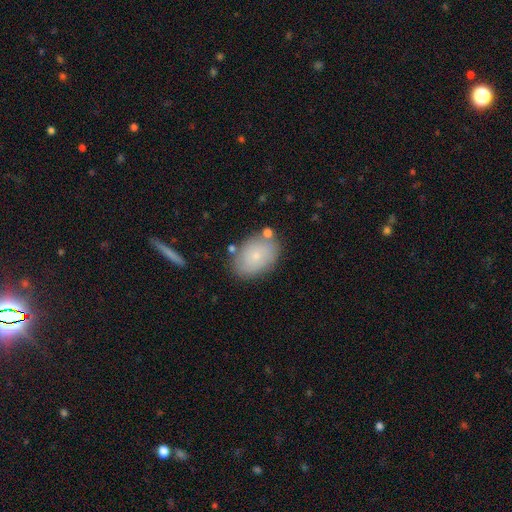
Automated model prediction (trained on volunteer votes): Smooth or featured?
  - smooth: 72% *
  - featured or disk: 21%
  - star or artifact: 7%
How rounded?
  - in between: 82% *
  - round: 17%
  - cigar-shaped: 1%
Merging?
  - none: 76% *
  - minor disturbance: 15%
  - merger: 5%
  - major disturbance: 4%